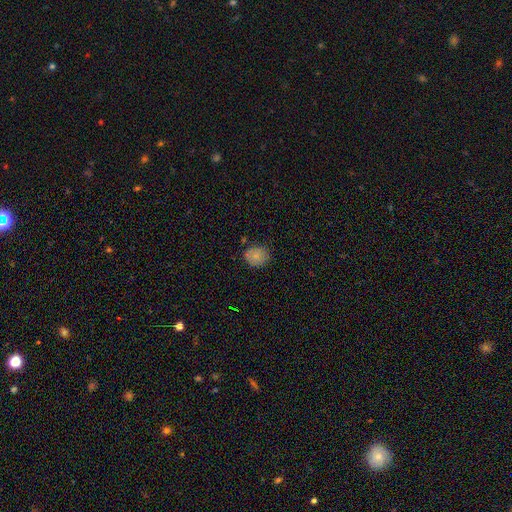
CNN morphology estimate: smooth-or-featured: smooth: 81% | star or artifact: 10% | featured or disk: 8%
  how-rounded: round: 74% | in between: 25% | cigar-shaped: 1%
  merging: none: 79% | minor disturbance: 16% | major disturbance: 3% | merger: 2%